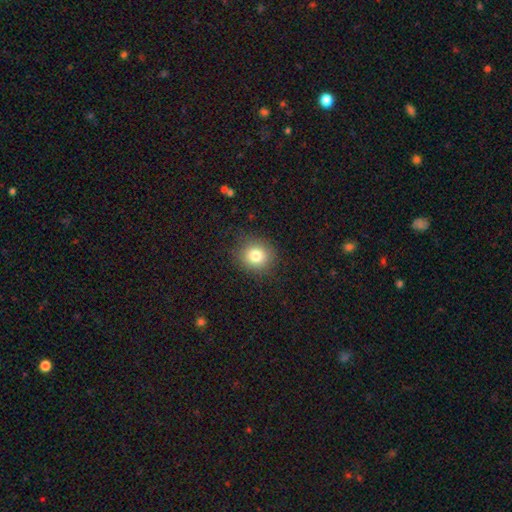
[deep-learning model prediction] This appears to be a smooth galaxy with no disk features (81%) that is round (86%). Merging: none (87%).